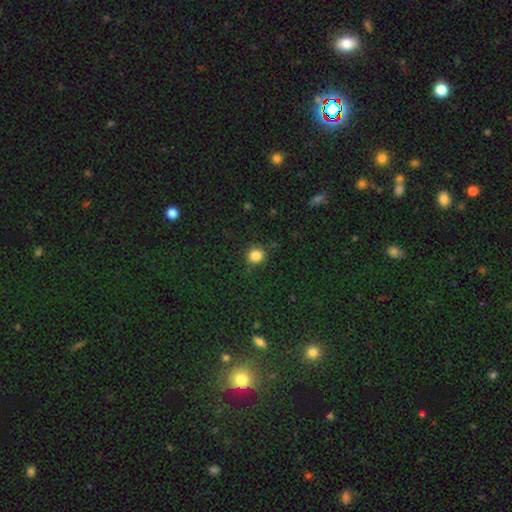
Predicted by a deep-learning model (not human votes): Overall: smooth (84%). How rounded: round (81%). Merging: none (85%).